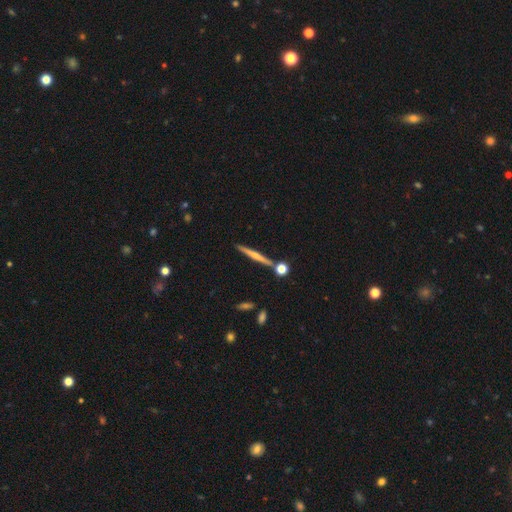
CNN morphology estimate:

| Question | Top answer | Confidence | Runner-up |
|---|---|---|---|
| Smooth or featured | featured or disk | 56% | smooth (37%) |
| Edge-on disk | yes | 97% | no (3%) |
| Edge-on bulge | rounded | 57% | none (35%) |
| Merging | none | 83% | minor disturbance (8%) |